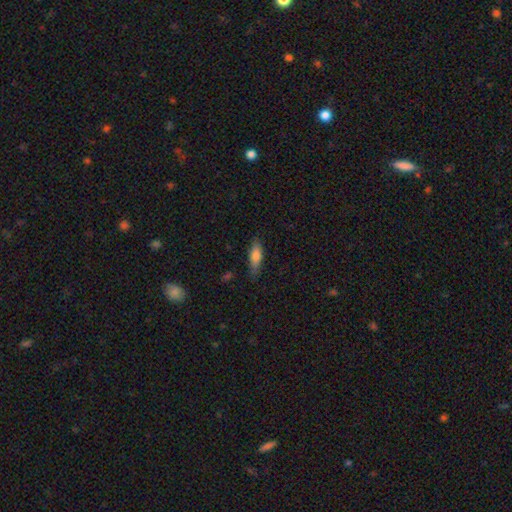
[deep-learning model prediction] Morphology: type=smooth (72%); roundness=in between (50%); merging=none (79%).